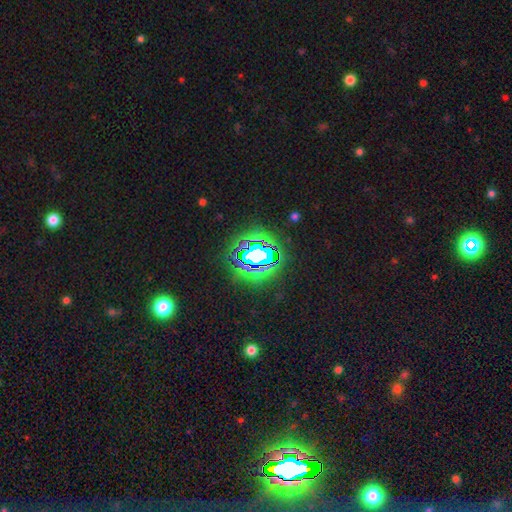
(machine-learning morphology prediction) smooth-or-featured: star or artifact: 72% | smooth: 15% | featured or disk: 13%